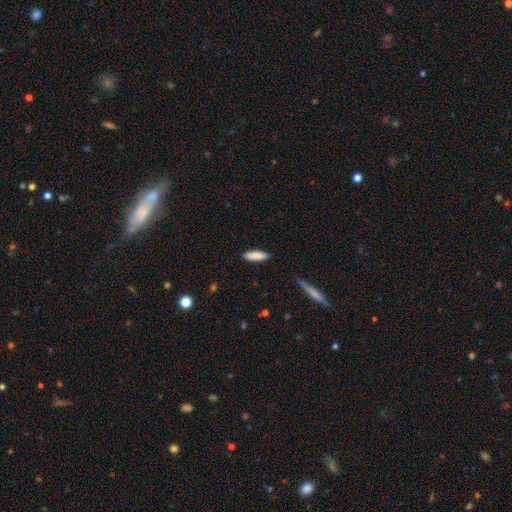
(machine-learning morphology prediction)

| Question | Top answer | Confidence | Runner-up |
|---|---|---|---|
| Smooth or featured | smooth | 87% | featured or disk (7%) |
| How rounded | cigar-shaped | 59% | in between (40%) |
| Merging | none | 89% | minor disturbance (8%) |